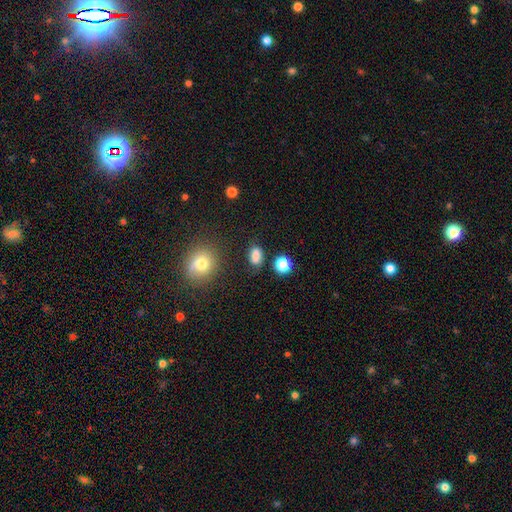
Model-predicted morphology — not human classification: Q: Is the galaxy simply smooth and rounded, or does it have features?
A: smooth — 82%.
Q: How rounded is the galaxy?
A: in between — 76%.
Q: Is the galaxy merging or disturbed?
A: none — 73%.